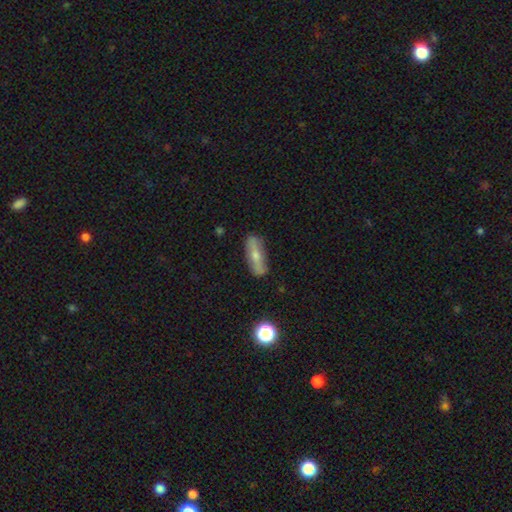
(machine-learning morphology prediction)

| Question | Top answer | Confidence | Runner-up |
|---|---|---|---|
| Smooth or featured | smooth | 47% | featured or disk (45%) |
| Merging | none | 81% | minor disturbance (14%) |